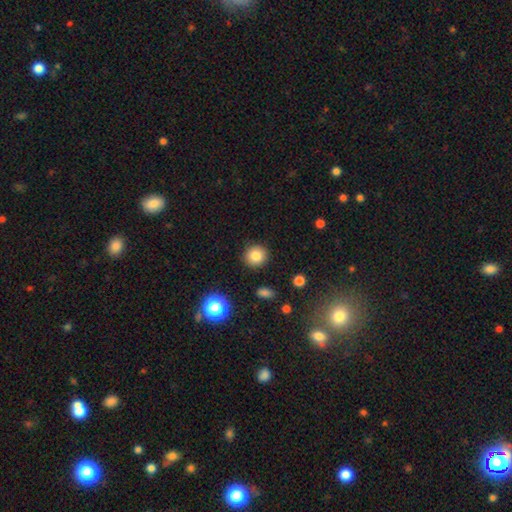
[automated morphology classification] smooth_or_featured: smooth (p=0.82) [alt: star or artifact p=0.11]
how_rounded: round (p=0.90) [alt: in between p=0.09]
merging: none (p=0.90) [alt: minor disturbance p=0.06]